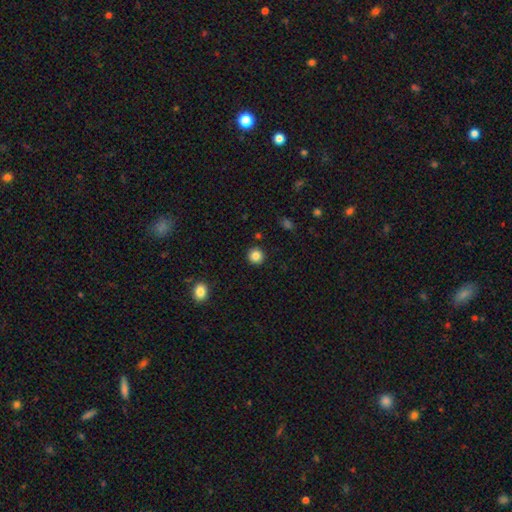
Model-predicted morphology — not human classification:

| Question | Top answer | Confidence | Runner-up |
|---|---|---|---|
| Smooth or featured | smooth | 84% | star or artifact (11%) |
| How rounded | round | 94% | in between (5%) |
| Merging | none | 91% | minor disturbance (5%) |